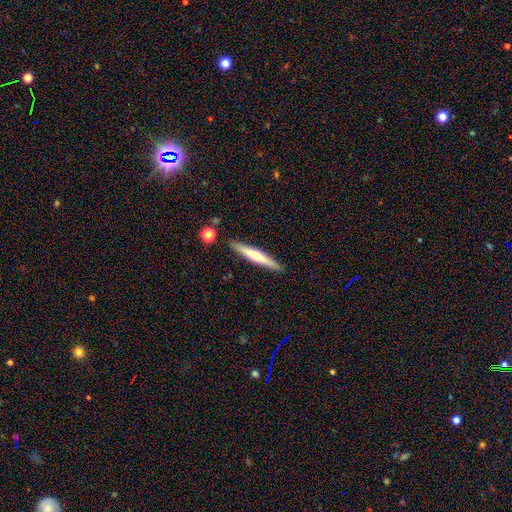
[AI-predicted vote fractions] A featured or disk galaxy (50%) viewed edge-on (96%). Merging: none (90%).